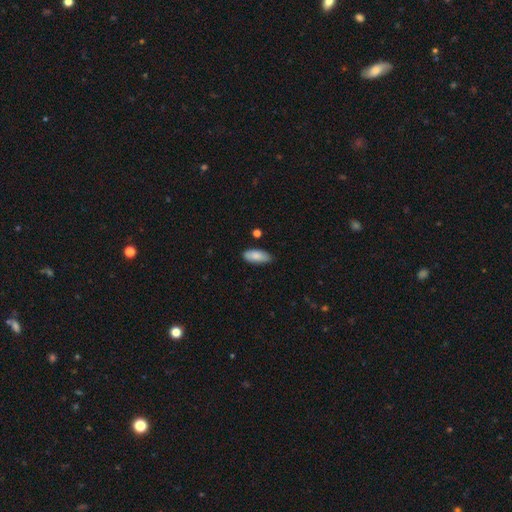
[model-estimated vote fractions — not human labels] smooth-or-featured: smooth: 85% | featured or disk: 9% | star or artifact: 6%
  how-rounded: in between: 85% | cigar-shaped: 13% | round: 2%
  merging: none: 81% | minor disturbance: 15% | major disturbance: 2% | merger: 2%